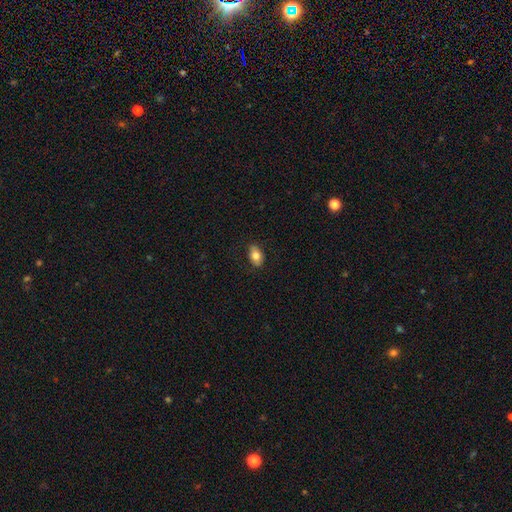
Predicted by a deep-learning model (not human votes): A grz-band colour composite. It shows a smooth galaxy with no disk features (77%) that is in between round and cigar-shaped (88%). Merging: none (83%).